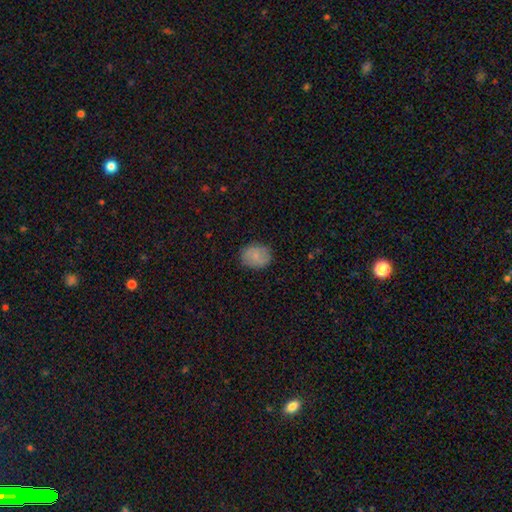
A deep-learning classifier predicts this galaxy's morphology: smooth-or-featured: smooth: 79% | featured or disk: 13% | star or artifact: 8%
  how-rounded: round: 58% | in between: 41% | cigar-shaped: 1%
  merging: none: 83% | minor disturbance: 13% | major disturbance: 3% | merger: 1%